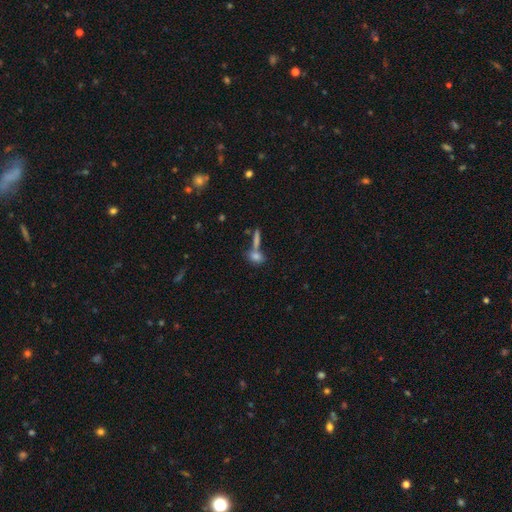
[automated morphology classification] smooth 73%, featured or disk 14%, star or artifact 13%. Down the decision tree: how rounded — in between (55%); merging — none (50%).